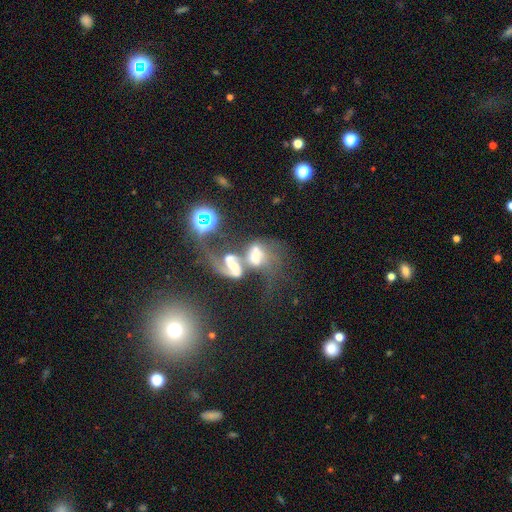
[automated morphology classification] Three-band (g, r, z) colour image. It shows a featured or disk galaxy (56%) with no bar (49%), spiral arms (61%) and a moderate central bulge (32%). Merging: merger (69%).